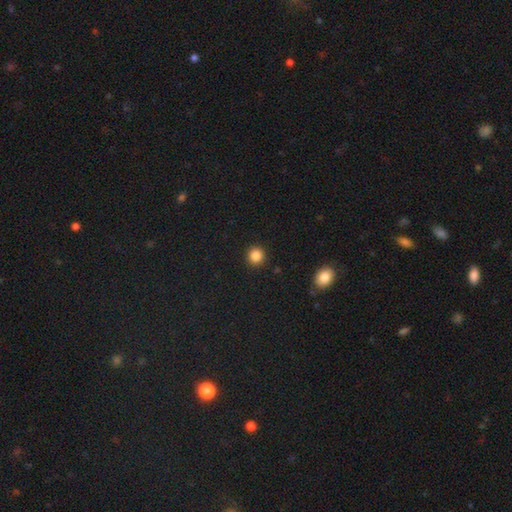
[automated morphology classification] The model was most divided on "smooth or featured": smooth: 85%, star or artifact: 11%, featured or disk: 4%. More confident: how rounded — round (93%); merging — none (93%).